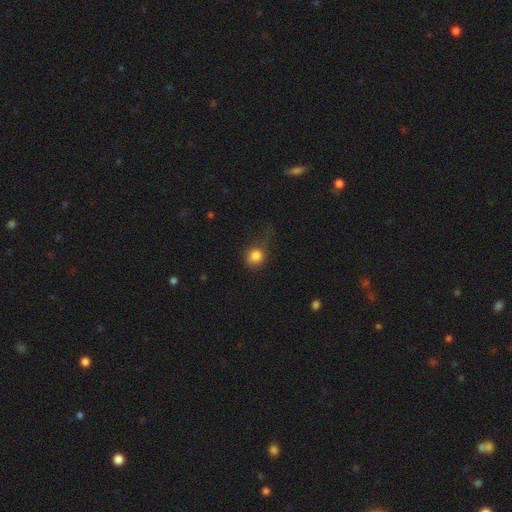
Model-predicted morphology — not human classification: This is clearly a smooth galaxy (82%). How rounded: clearly round (82%). Merging: possibly none (46%).